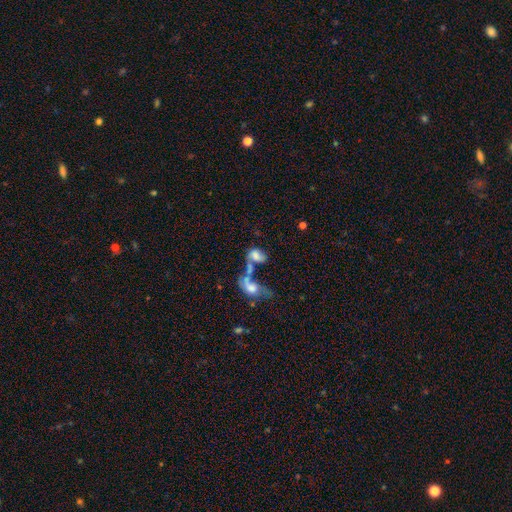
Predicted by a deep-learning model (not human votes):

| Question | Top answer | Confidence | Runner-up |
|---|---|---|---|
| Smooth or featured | smooth | 54% | featured or disk (35%) |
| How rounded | in between | 84% | round (13%) |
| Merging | merger | 60% | major disturbance (18%) |